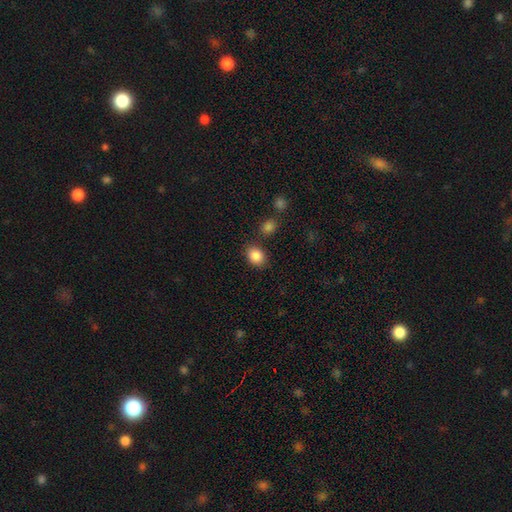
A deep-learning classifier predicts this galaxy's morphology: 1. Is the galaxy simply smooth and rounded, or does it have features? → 87% smooth, 9% star or artifact, 4% featured or disk.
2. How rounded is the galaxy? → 53% in between, 46% round, 1% cigar-shaped.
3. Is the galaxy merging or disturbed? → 79% none, 11% minor disturbance, 7% merger, 4% major disturbance.